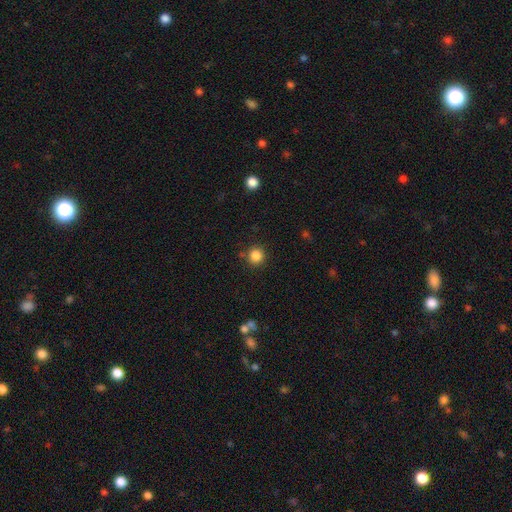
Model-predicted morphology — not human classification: The model was most divided on "smooth or featured": smooth: 85%, star or artifact: 11%, featured or disk: 4%. More confident: how rounded — round (93%); merging — none (86%).